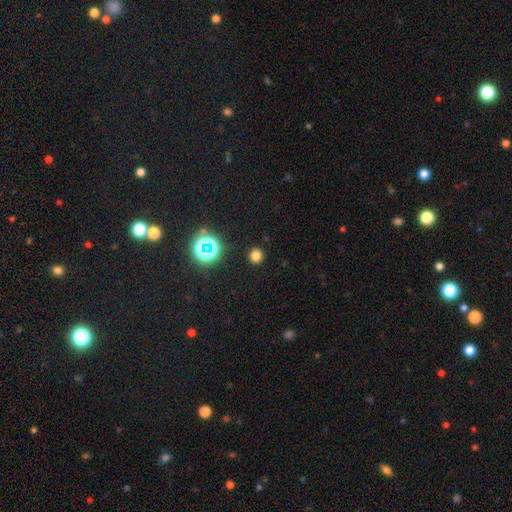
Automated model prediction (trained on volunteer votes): A smooth galaxy with no disk features (74%) that is round (90%).

Vote fractions:
- Smooth or featured? smooth: 74% / star or artifact: 21% / featured or disk: 5%
- How rounded? round: 90% / in between: 9% / cigar-shaped: 1%
- Merging? none: 91% / minor disturbance: 5% / major disturbance: 2% / merger: 1%